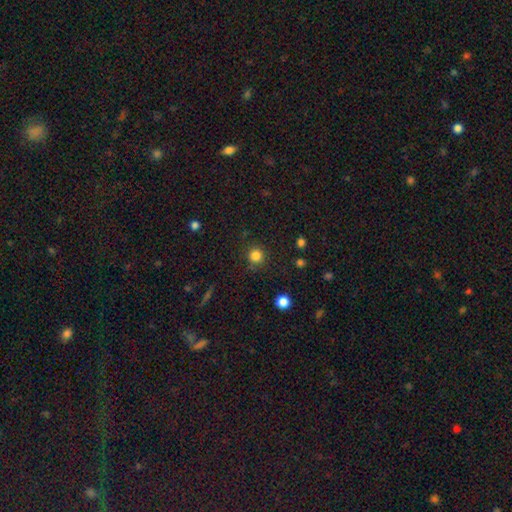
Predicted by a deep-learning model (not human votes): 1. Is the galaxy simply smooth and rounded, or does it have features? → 83% smooth, 13% star or artifact, 5% featured or disk.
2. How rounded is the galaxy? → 93% round, 6% in between, 1% cigar-shaped.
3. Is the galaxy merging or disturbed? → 86% none, 9% minor disturbance, 3% major disturbance, 2% merger.